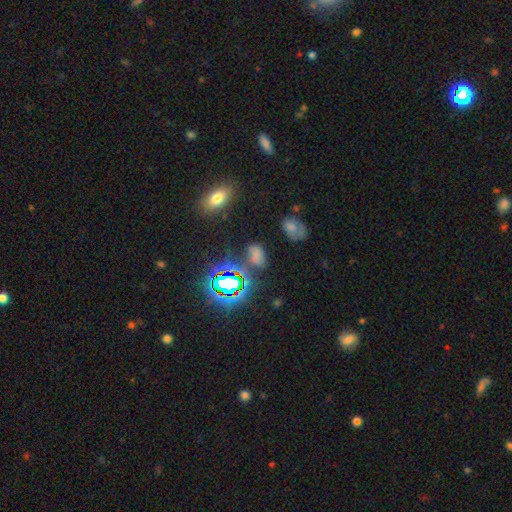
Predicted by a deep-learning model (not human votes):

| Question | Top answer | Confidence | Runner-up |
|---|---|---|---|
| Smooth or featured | smooth | 49% | star or artifact (40%) |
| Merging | none | 59% | minor disturbance (20%) |